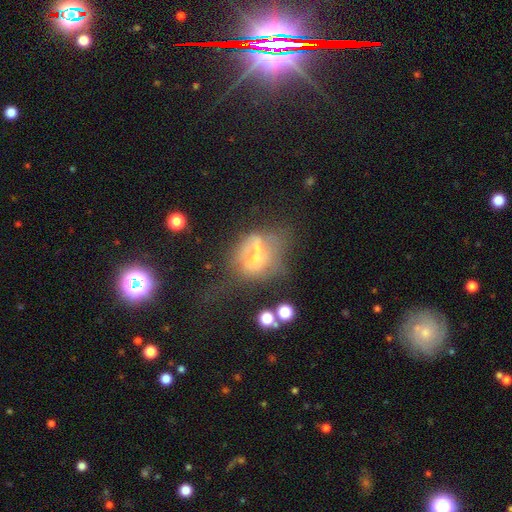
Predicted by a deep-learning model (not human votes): A featured or disk galaxy (43%). Merging: merger (40%).